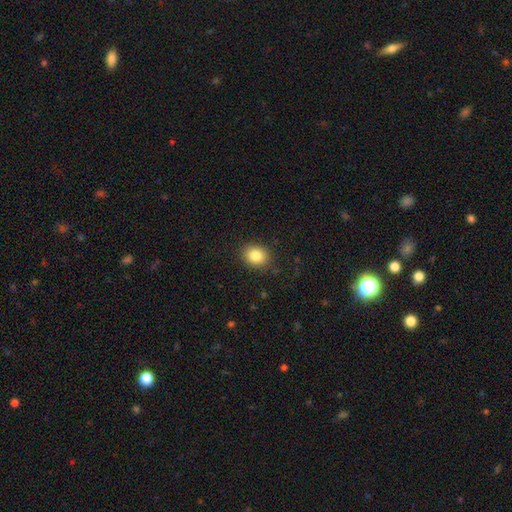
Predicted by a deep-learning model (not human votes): Smooth or featured?
  - smooth: 84% *
  - star or artifact: 9%
  - featured or disk: 7%
How rounded?
  - round: 59% *
  - in between: 40%
  - cigar-shaped: 1%
Merging?
  - none: 88% *
  - minor disturbance: 9%
  - major disturbance: 3%
  - merger: 1%